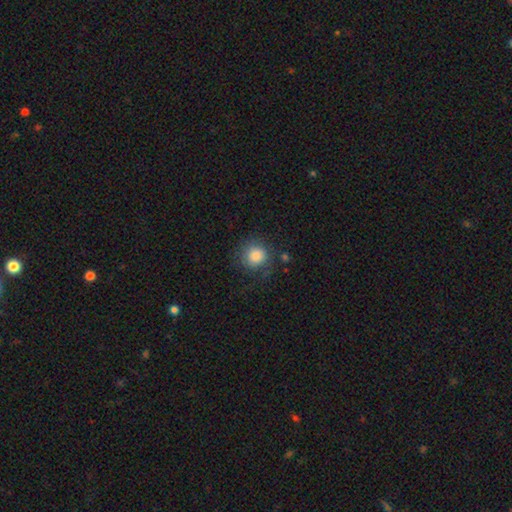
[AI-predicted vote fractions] Smooth or featured? Predicted: smooth (p=0.83). How rounded? Predicted: round (p=0.91). Merging? Predicted: none (p=0.73).